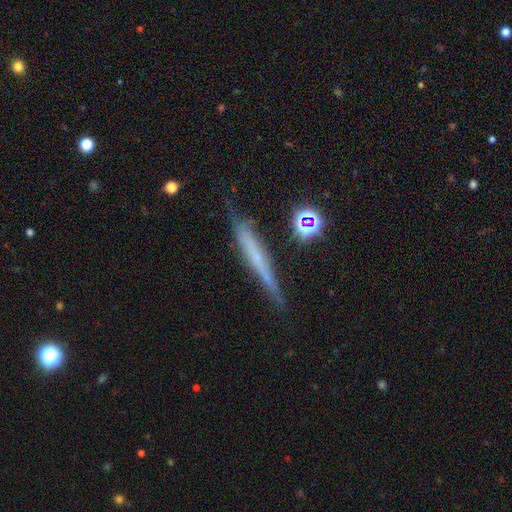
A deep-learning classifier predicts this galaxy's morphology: This appears to be a featured or disk galaxy (54%) viewed edge-on (90%). Merging: none (71%).